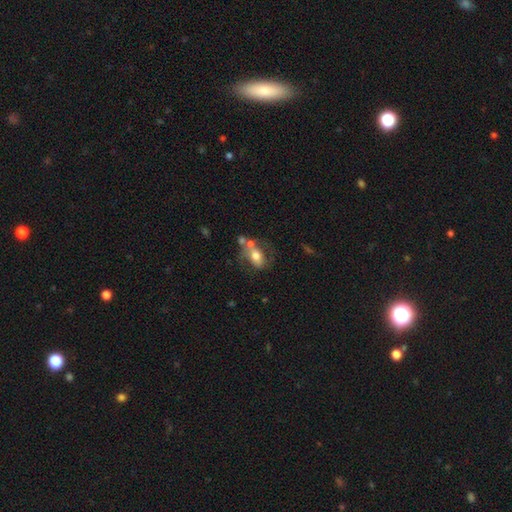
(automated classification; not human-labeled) A smooth galaxy with no disk features (55%) that is in between round and cigar-shaped (80%).

Vote fractions:
- Smooth or featured? smooth: 55% / featured or disk: 37% / star or artifact: 8%
- How rounded? in between: 80% / round: 17% / cigar-shaped: 3%
- Merging? none: 38% / merger: 28% / minor disturbance: 19% / major disturbance: 15%